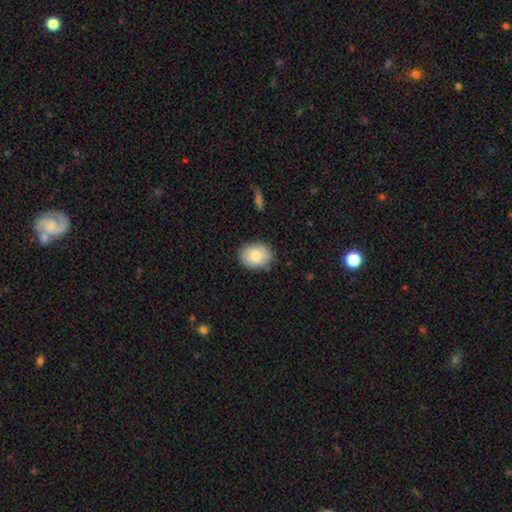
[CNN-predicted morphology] A smooth galaxy with no disk features (84%) that is in between round and cigar-shaped (55%).

Vote fractions:
- Smooth or featured? smooth: 84% / featured or disk: 9% / star or artifact: 7%
- How rounded? in between: 55% / round: 44% / cigar-shaped: 1%
- Merging? none: 84% / minor disturbance: 12% / major disturbance: 3% / merger: 1%